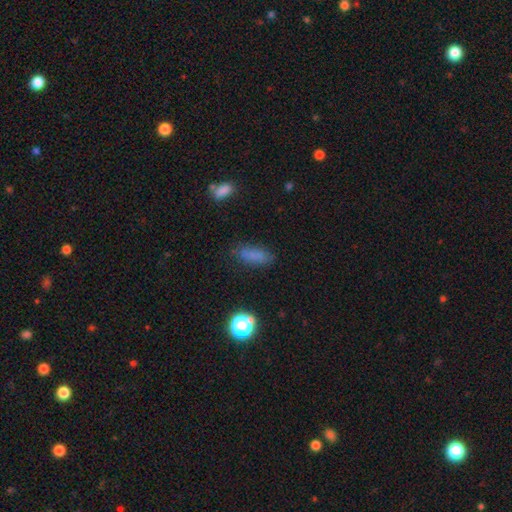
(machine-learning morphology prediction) smooth_or_featured: smooth (p=0.76) [alt: star or artifact p=0.15]
how_rounded: in between (p=0.72) [alt: cigar-shaped p=0.23]
merging: none (p=0.73) [alt: minor disturbance p=0.18]